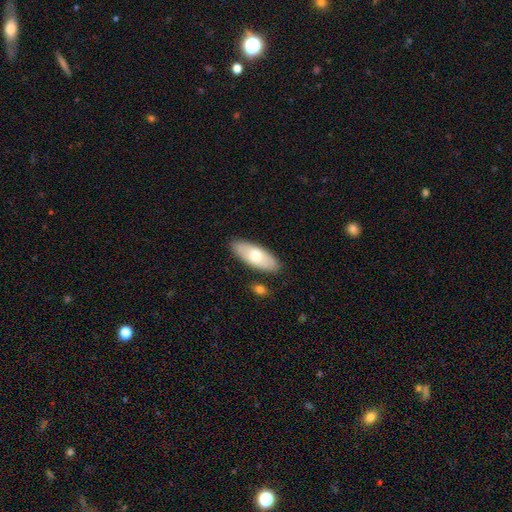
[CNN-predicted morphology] Smooth or featured? smooth (69%)
How rounded? in between (80%)
Merging? none (84%)